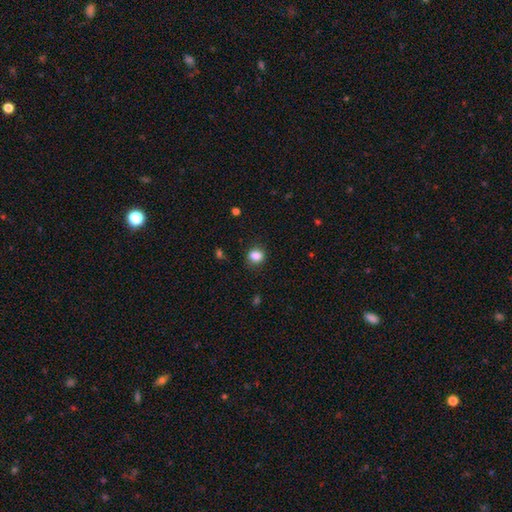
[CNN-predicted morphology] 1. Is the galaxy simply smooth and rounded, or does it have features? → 85% smooth, 10% star or artifact, 4% featured or disk.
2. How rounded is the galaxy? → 66% round, 33% in between, 1% cigar-shaped.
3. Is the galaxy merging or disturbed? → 83% none, 12% minor disturbance, 3% major disturbance, 1% merger.